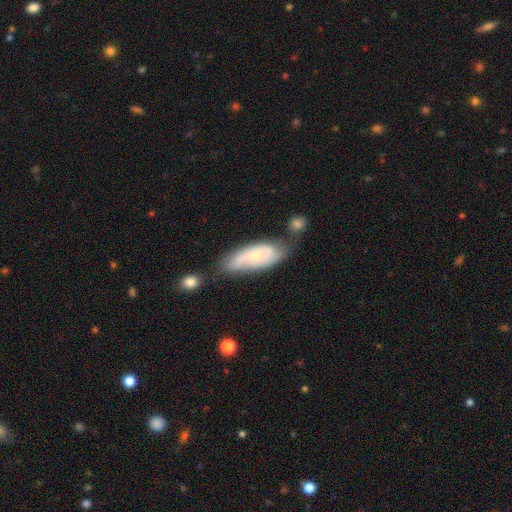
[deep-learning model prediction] Morphology: type=featured or disk (57%); edge-on=no (88%); bar=no (62%); spiral arms=yes (84%); bulge=small (55%); merging=none (49%).